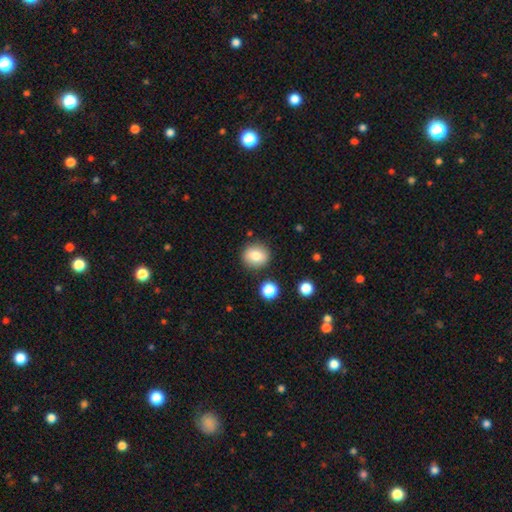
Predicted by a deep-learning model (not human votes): Smooth or featured: smooth — 81% (star or artifact — 9%)
How rounded: round — 83% (in between — 16%)
Merging: none — 86% (minor disturbance — 8%)